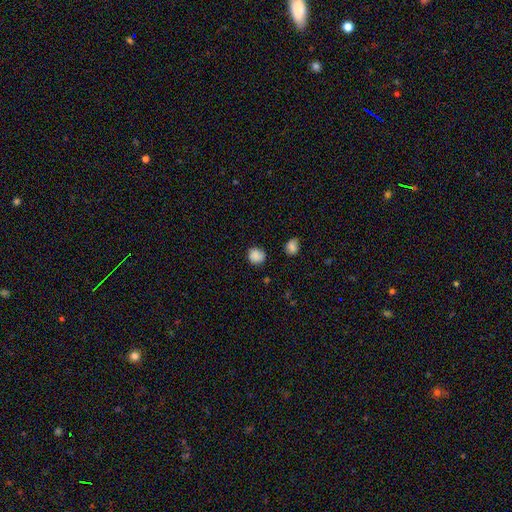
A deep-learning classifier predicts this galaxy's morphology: This appears to be a smooth galaxy with no disk features (86%) that is round (83%). Merging: none (77%).